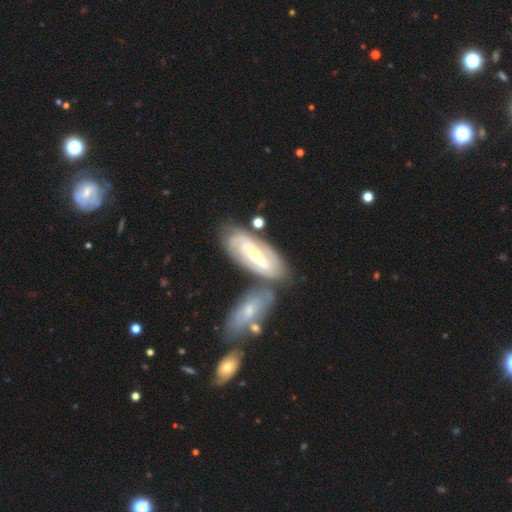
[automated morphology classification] Smooth or featured? featured or disk (74%)
Edge-on disk? no (87%)
Bar? weak (36%)
Spiral arms? yes (82%)
Spiral winding? tight (60%)
Spiral arm count? 2 (43%)
Bulge size? small (54%)
Merging? none (57%)